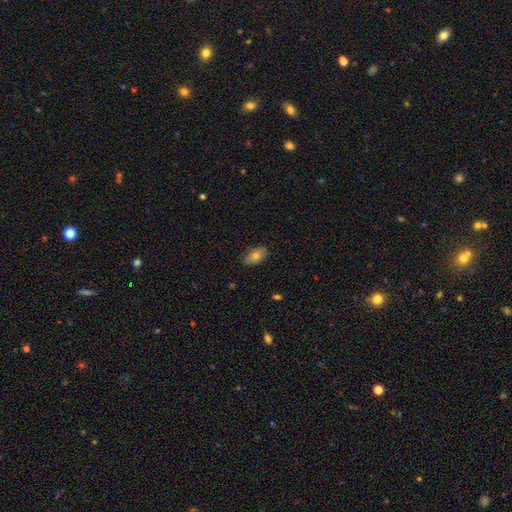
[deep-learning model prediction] This is likely a smooth galaxy (75%). How rounded: clearly in between (91%). Merging: clearly none (83%).